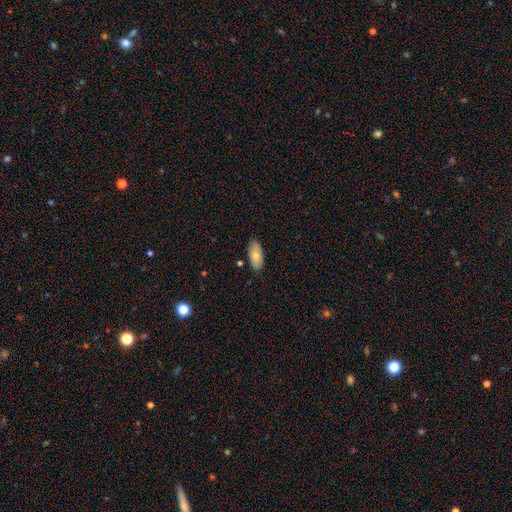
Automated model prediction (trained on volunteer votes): The model was most divided on "smooth or featured": smooth: 74%, featured or disk: 19%, star or artifact: 7%. More confident: how rounded — in between (91%); merging — none (85%).